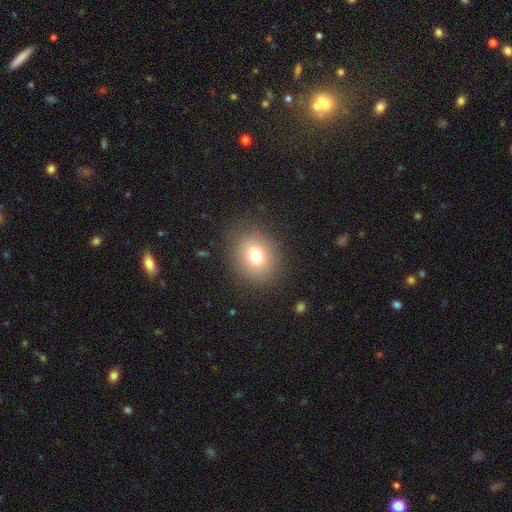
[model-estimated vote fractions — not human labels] Smooth or featured?
  - smooth: 75% *
  - star or artifact: 13%
  - featured or disk: 12%
How rounded?
  - round: 63% *
  - in between: 36%
  - cigar-shaped: 1%
Merging?
  - none: 85% *
  - minor disturbance: 10%
  - major disturbance: 5%
  - merger: 1%